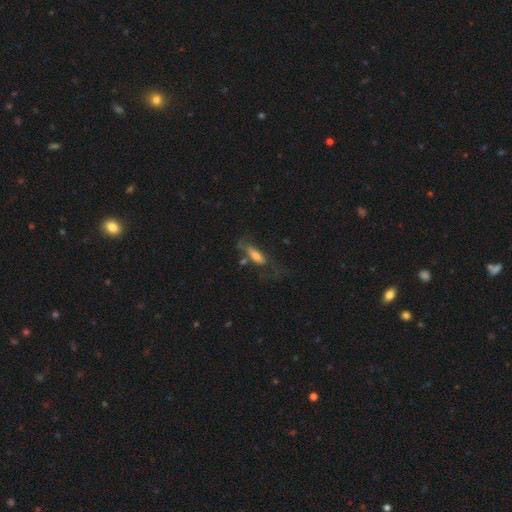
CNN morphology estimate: Smooth or featured? Predicted: smooth (p=0.53). How rounded? Predicted: in between (p=0.54). Merging? Predicted: none (p=0.41).